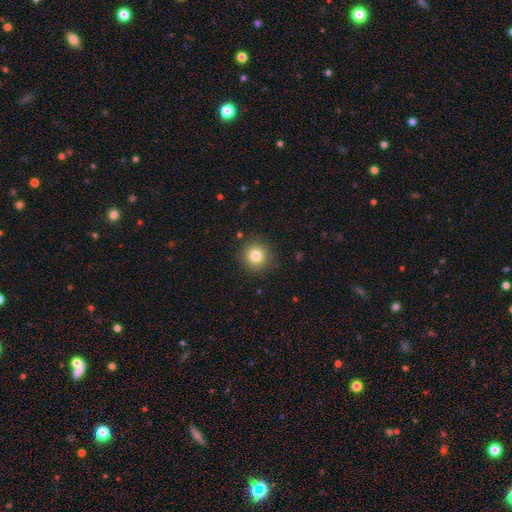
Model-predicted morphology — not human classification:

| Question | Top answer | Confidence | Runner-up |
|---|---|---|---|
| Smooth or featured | smooth | 81% | star or artifact (12%) |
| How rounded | round | 95% | in between (4%) |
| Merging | none | 90% | minor disturbance (7%) |